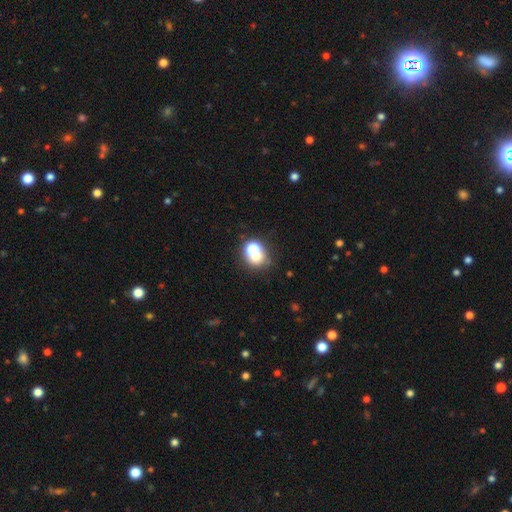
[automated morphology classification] Smooth or featured? Predicted: smooth (p=0.61). How rounded? Predicted: round (p=0.67). Merging? Predicted: merger (p=0.46).